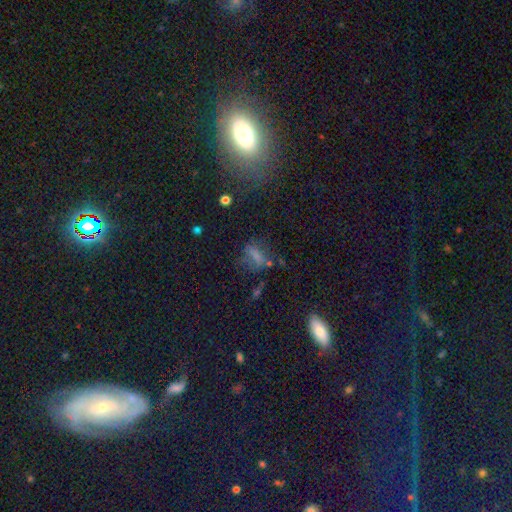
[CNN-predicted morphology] smooth-or-featured: smooth: 54% | star or artifact: 26% | featured or disk: 20%
  how-rounded: in between: 61% | cigar-shaped: 21% | round: 18%
  merging: none: 47% | major disturbance: 24% | minor disturbance: 22% | merger: 8%